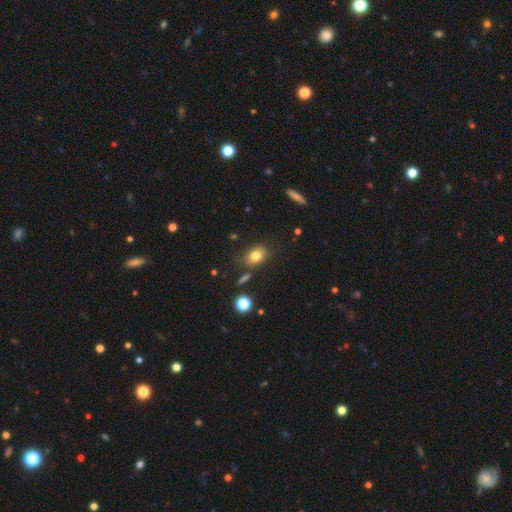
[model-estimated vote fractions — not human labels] smooth-or-featured: smooth: 79% | star or artifact: 12% | featured or disk: 10%
  how-rounded: in between: 75% | round: 23% | cigar-shaped: 2%
  merging: none: 75% | minor disturbance: 15% | merger: 5% | major disturbance: 5%